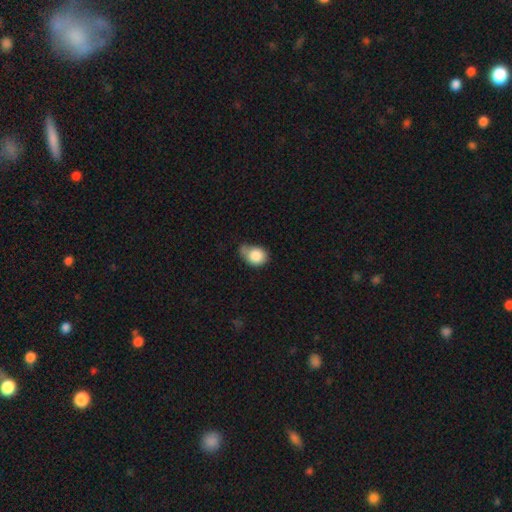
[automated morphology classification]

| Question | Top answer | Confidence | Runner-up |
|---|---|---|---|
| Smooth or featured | smooth | 85% | star or artifact (8%) |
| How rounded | round | 53% | in between (46%) |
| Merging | minor disturbance | 43% | none (35%) |